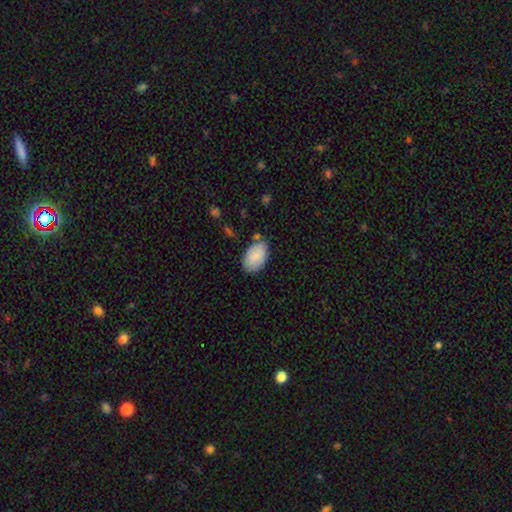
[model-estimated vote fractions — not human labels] Morphology: type=smooth (85%); roundness=in between (93%); merging=none (75%).